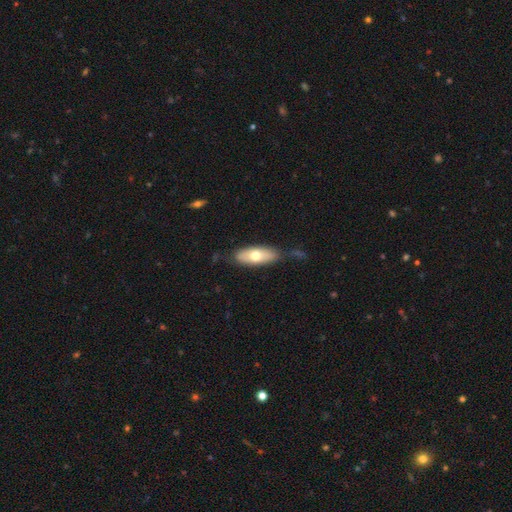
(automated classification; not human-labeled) This is likely a smooth galaxy (62%). How rounded: likely in between (78%). Merging: likely none (71%).